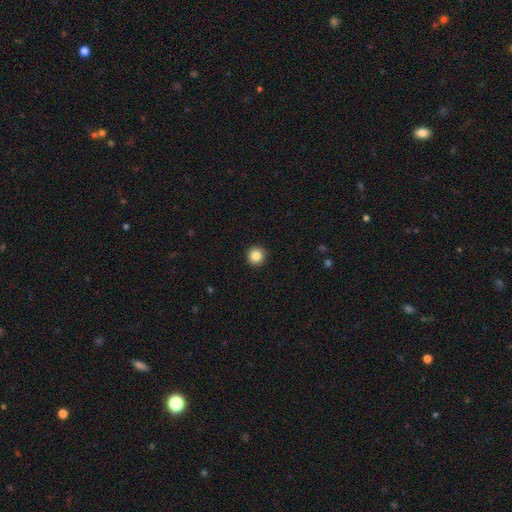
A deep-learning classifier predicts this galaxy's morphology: Overall: smooth (85%). How rounded: round (96%). Merging: none (93%).